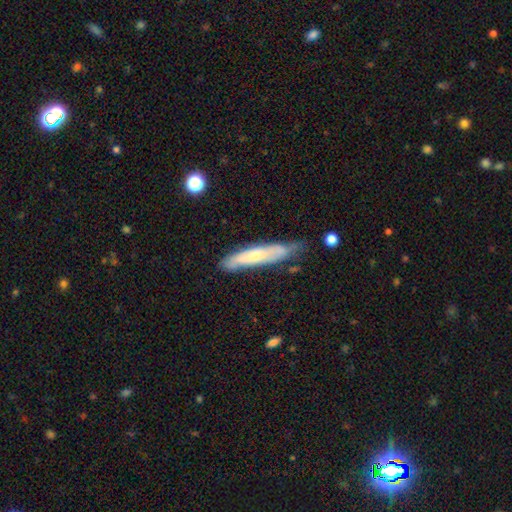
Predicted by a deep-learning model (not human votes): A featured or disk galaxy (48%). Merging: none (63%).